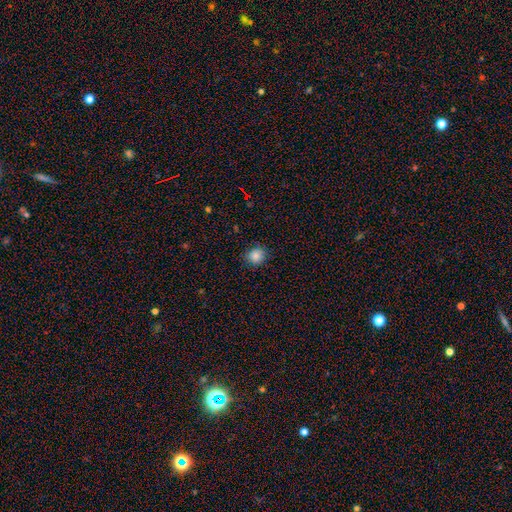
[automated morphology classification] Smooth or featured: smooth — 85% (star or artifact — 11%)
How rounded: round — 86% (in between — 14%)
Merging: none — 84% (minor disturbance — 12%)